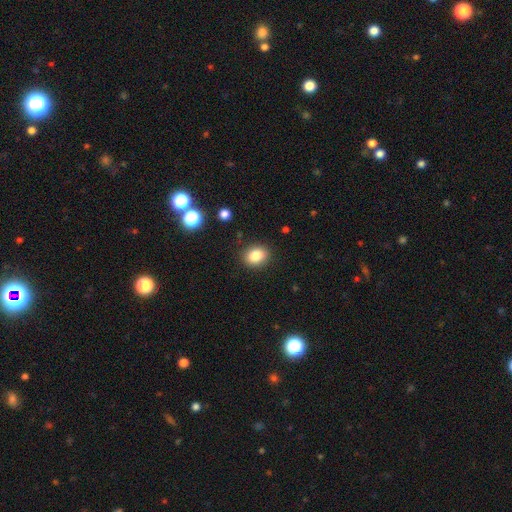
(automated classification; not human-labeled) Smooth or featured? Predicted: smooth (p=0.83). How rounded? Predicted: in between (p=0.50). Merging? Predicted: none (p=0.88).